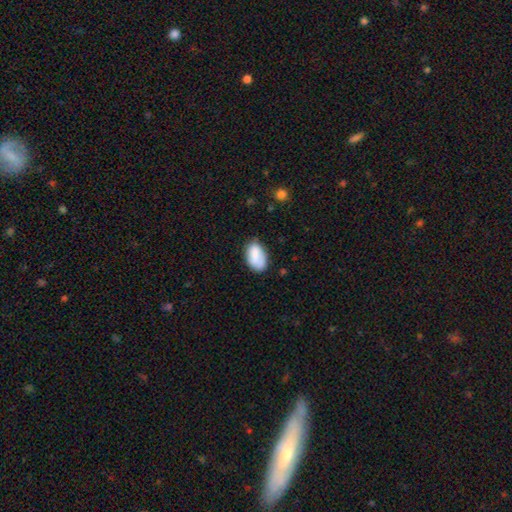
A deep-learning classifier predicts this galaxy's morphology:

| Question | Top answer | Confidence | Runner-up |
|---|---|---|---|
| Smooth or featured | smooth | 83% | featured or disk (10%) |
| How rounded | in between | 92% | round (6%) |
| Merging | none | 69% | minor disturbance (24%) |